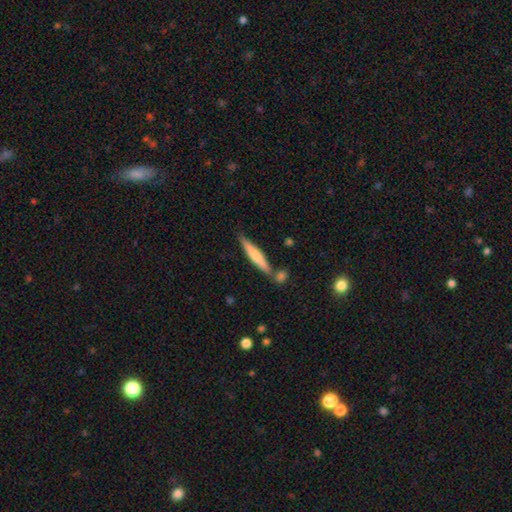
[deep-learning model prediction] Smooth or featured?
  - smooth: 61% *
  - featured or disk: 34%
  - star or artifact: 5%
How rounded?
  - cigar-shaped: 90% *
  - in between: 9%
  - round: 1%
Merging?
  - none: 71% *
  - merger: 13%
  - minor disturbance: 13%
  - major disturbance: 3%